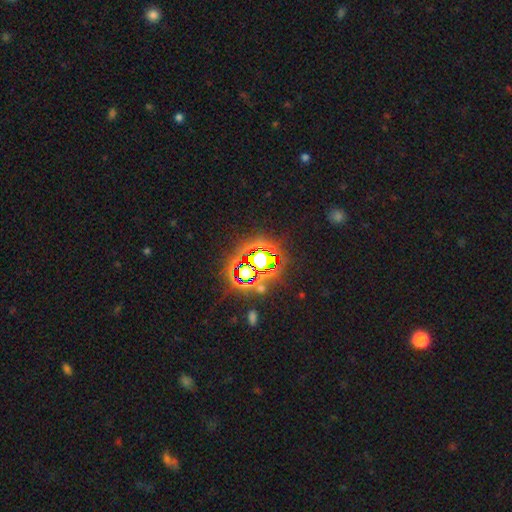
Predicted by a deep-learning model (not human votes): star or artifact 79%, smooth 13%, featured or disk 9%.